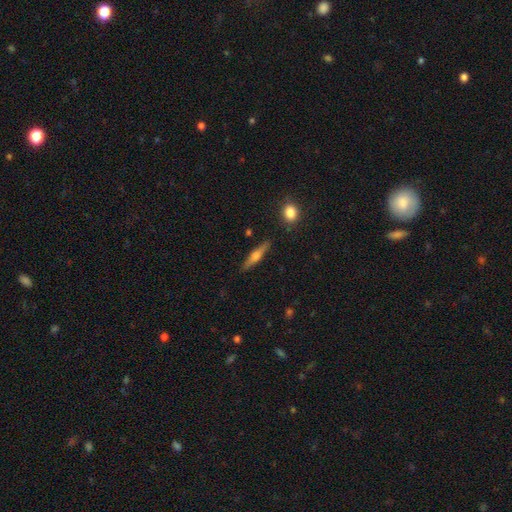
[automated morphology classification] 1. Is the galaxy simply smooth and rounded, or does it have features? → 55% featured or disk, 39% smooth, 7% star or artifact.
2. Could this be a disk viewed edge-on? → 96% yes, 4% no.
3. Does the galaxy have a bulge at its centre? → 86% rounded, 8% boxy, 5% none.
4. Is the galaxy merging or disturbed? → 87% none, 9% minor disturbance, 2% merger, 2% major disturbance.